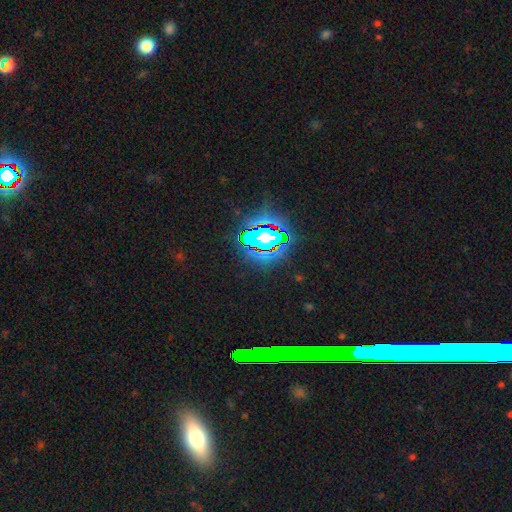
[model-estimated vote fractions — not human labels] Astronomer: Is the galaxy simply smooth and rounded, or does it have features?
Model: star or artifact — 73%.